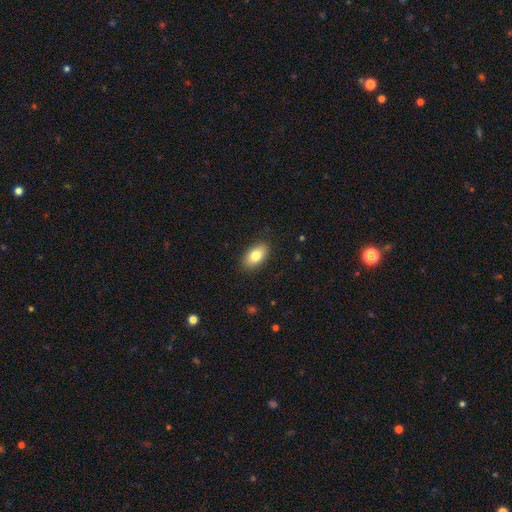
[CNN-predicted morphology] A smooth galaxy with no disk features (81%) that is in between round and cigar-shaped (92%).

Vote fractions:
- Smooth or featured? smooth: 81% / featured or disk: 12% / star or artifact: 7%
- How rounded? in between: 92% / round: 6% / cigar-shaped: 2%
- Merging? none: 87% / minor disturbance: 10% / major disturbance: 2% / merger: 1%